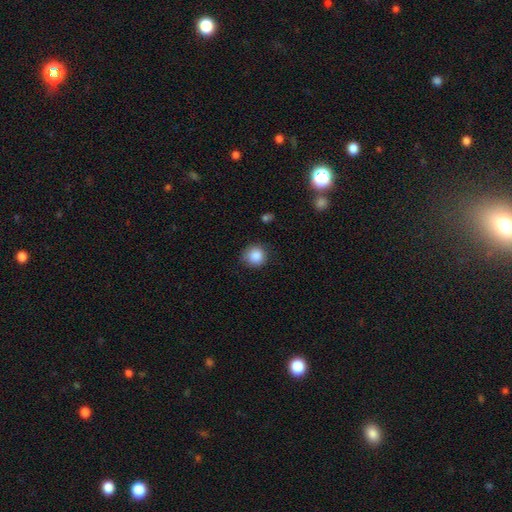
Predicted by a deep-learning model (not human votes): This appears to be a smooth galaxy with no disk features (87%) that is round (90%). Merging: none (80%).